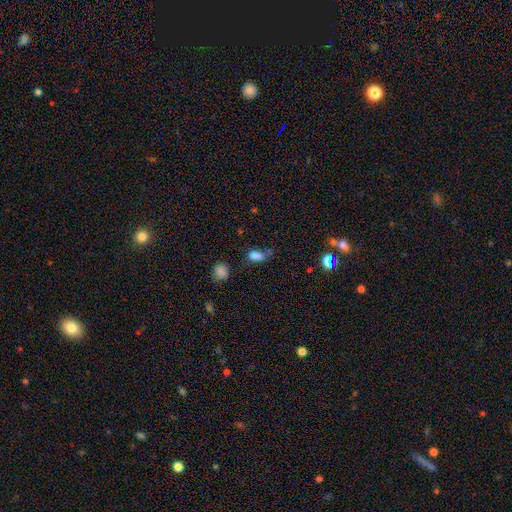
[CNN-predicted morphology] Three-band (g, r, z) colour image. It shows a smooth galaxy with no disk features (76%) that is in between round and cigar-shaped (80%). Merging: none (40%).